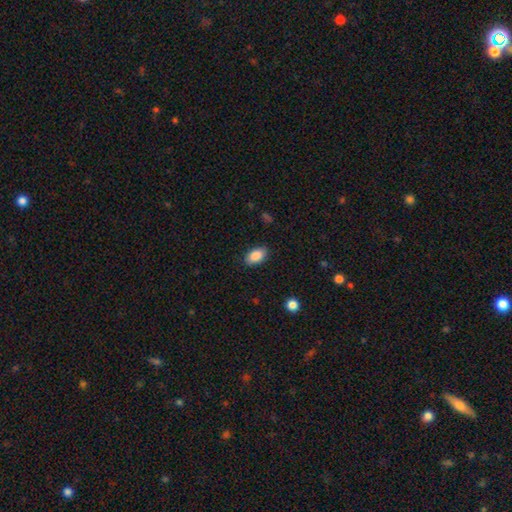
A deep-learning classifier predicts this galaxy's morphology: This is clearly a smooth galaxy (88%). How rounded: clearly in between (92%). Merging: clearly none (85%).